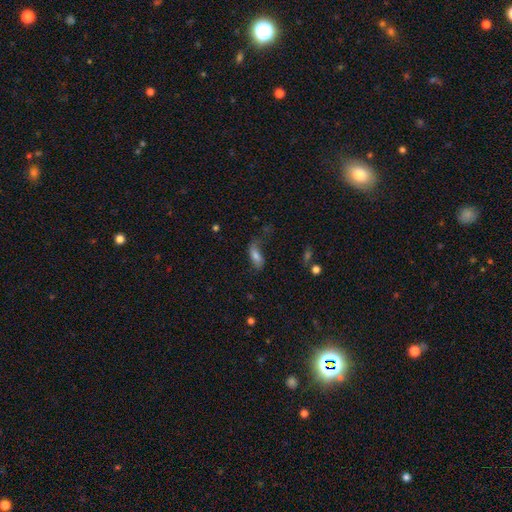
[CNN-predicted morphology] A smooth galaxy with no disk features (70%) that is in between round and cigar-shaped (76%). Merging: none (47%).